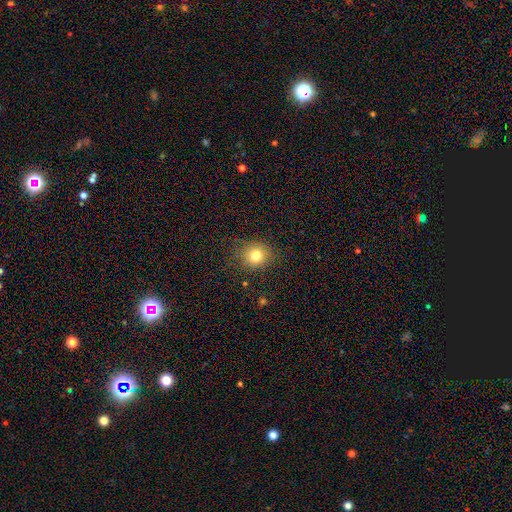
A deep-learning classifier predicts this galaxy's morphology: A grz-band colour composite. It shows a smooth galaxy with no disk features (78%) that is round (80%). Merging: none (82%).